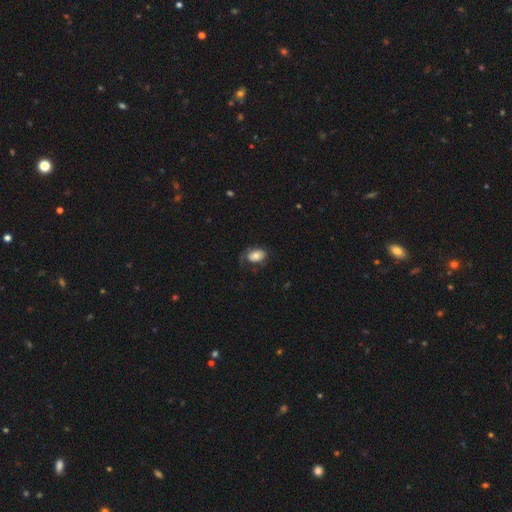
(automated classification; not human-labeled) Smooth or featured? smooth (70%)
How rounded? in between (83%)
Merging? none (52%)